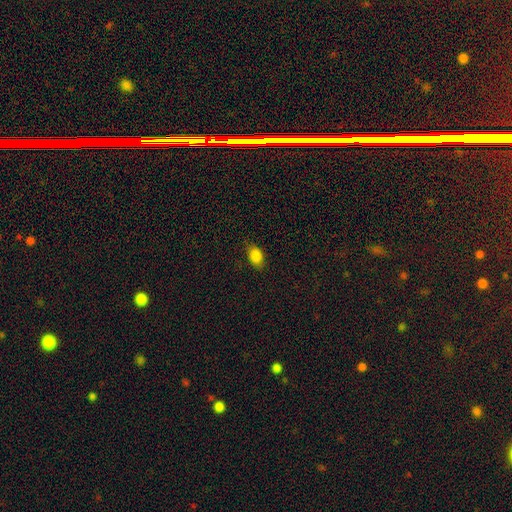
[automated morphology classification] This is clearly a smooth galaxy (85%). How rounded: clearly in between (84%). Merging: clearly none (81%).